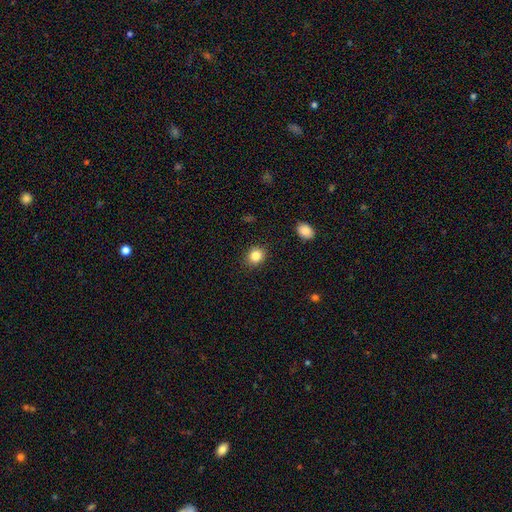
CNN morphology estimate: Smooth or featured? smooth (84%)
How rounded? round (75%)
Merging? none (88%)